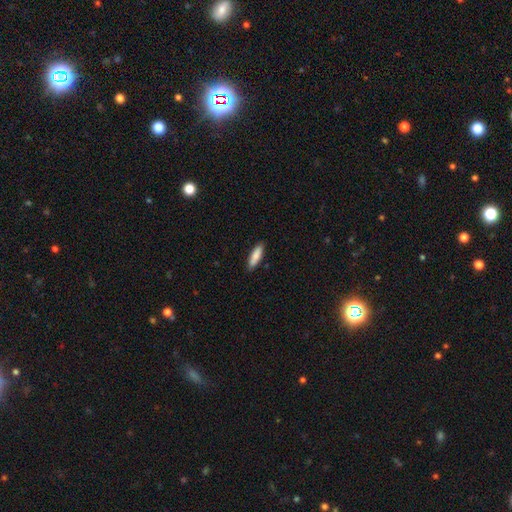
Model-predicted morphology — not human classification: A smooth galaxy with no disk features (85%) that is cigar-shaped (60%). Merging: none (87%).